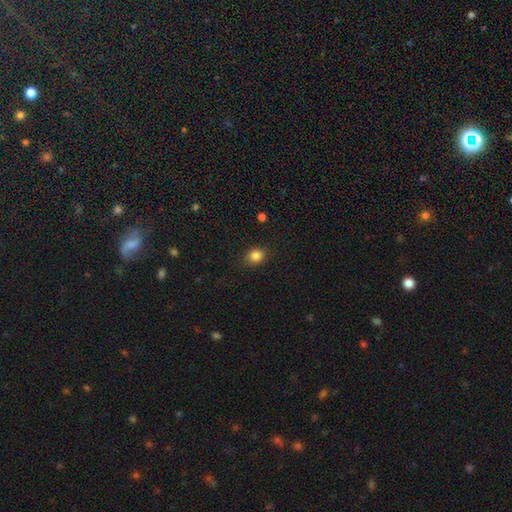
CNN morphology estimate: smooth_or_featured: smooth (p=0.84) [alt: star or artifact p=0.11]
how_rounded: round (p=0.67) [alt: in between p=0.32]
merging: none (p=0.85) [alt: minor disturbance p=0.11]